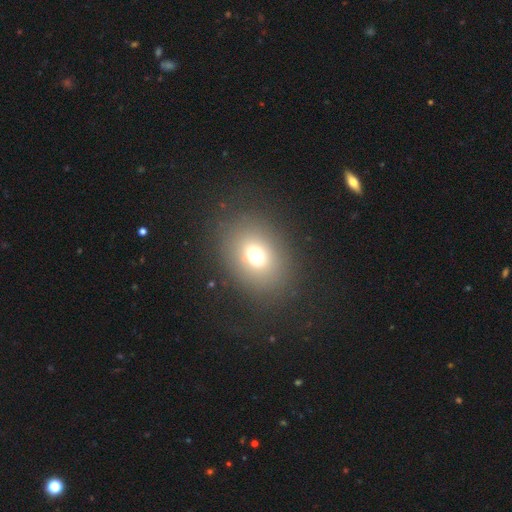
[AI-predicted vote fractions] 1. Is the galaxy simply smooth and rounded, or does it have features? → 70% smooth, 16% star or artifact, 14% featured or disk.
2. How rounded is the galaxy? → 60% in between, 39% round, 1% cigar-shaped.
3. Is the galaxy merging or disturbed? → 81% none, 10% minor disturbance, 7% major disturbance, 2% merger.